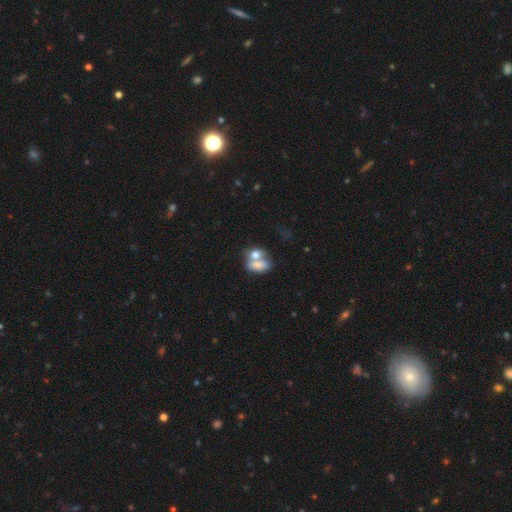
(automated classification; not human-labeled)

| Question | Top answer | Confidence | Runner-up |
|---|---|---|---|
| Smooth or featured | smooth | 72% | featured or disk (20%) |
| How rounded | in between | 78% | round (19%) |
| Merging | merger | 67% | none (21%) |